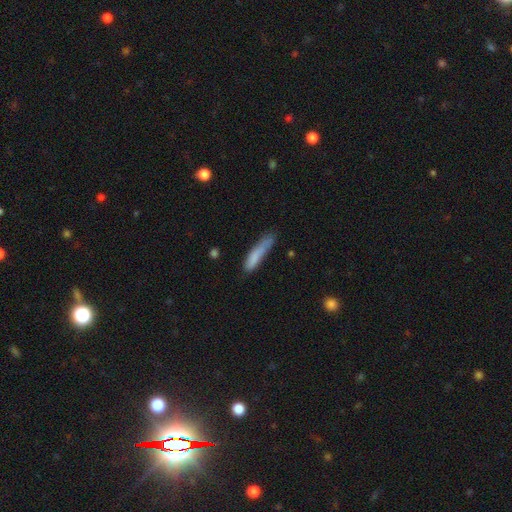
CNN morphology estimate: Smooth or featured? Predicted: smooth (p=0.78). How rounded? Predicted: cigar-shaped (p=0.85). Merging? Predicted: none (p=0.50).